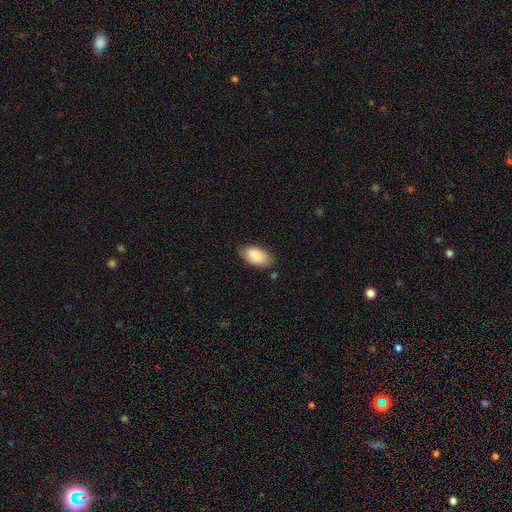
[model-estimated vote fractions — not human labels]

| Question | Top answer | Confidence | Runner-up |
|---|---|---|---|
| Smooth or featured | smooth | 88% | star or artifact (6%) |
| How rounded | in between | 94% | round (3%) |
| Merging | none | 76% | minor disturbance (18%) |